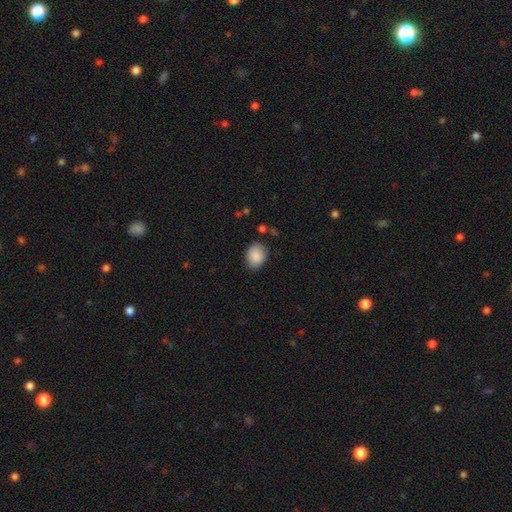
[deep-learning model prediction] Smooth or featured? Predicted: smooth (p=0.89). How rounded? Predicted: in between (p=0.61). Merging? Predicted: none (p=0.80).